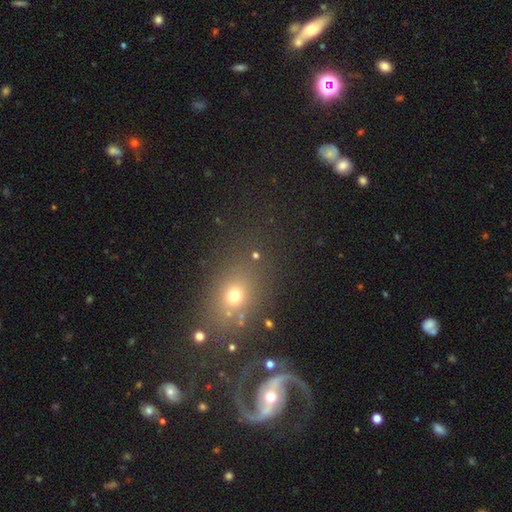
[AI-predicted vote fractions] smooth-or-featured: smooth: 58% | star or artifact: 30% | featured or disk: 12%
  how-rounded: round: 56% | in between: 40% | cigar-shaped: 4%
  merging: none: 76% | minor disturbance: 11% | merger: 7% | major disturbance: 6%